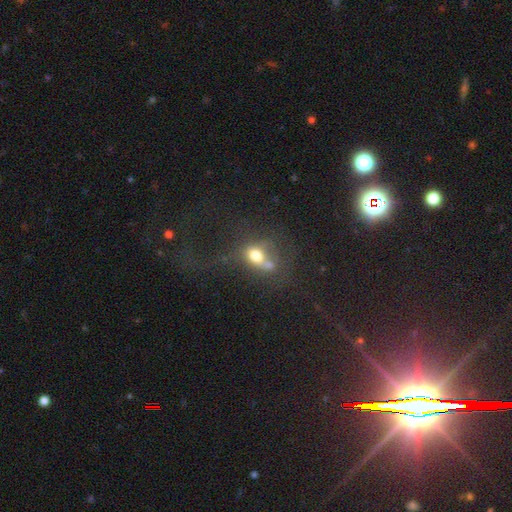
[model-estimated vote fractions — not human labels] A smooth galaxy with no disk features (61%) that is in between round and cigar-shaped (54%).

Vote fractions:
- Smooth or featured? smooth: 61% / featured or disk: 23% / star or artifact: 16%
- How rounded? in between: 54% / round: 44% / cigar-shaped: 2%
- Merging? merger: 45% / none: 28% / major disturbance: 14% / minor disturbance: 13%